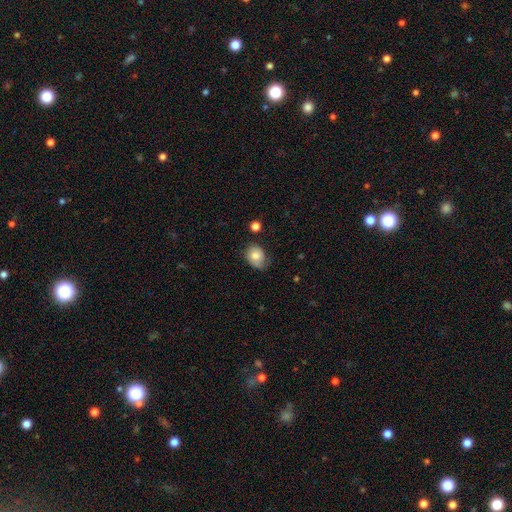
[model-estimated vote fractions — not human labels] Overall: smooth (73%). How rounded: in between (55%; round 44%). Merging: none (55%; minor disturbance 32%).